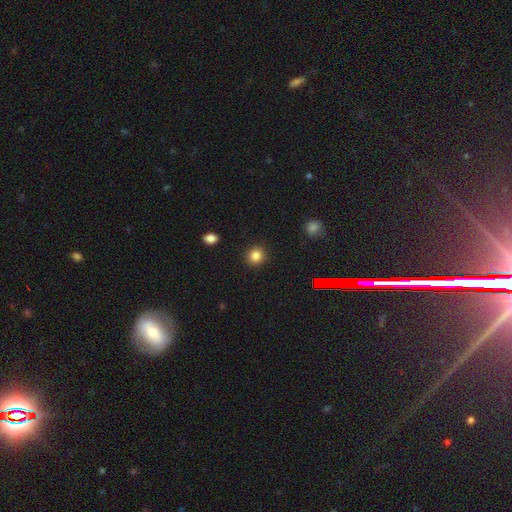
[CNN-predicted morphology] The model was most divided on "smooth or featured": smooth: 84%, star or artifact: 12%, featured or disk: 4%. More confident: merging — none (91%); how rounded — round (90%).